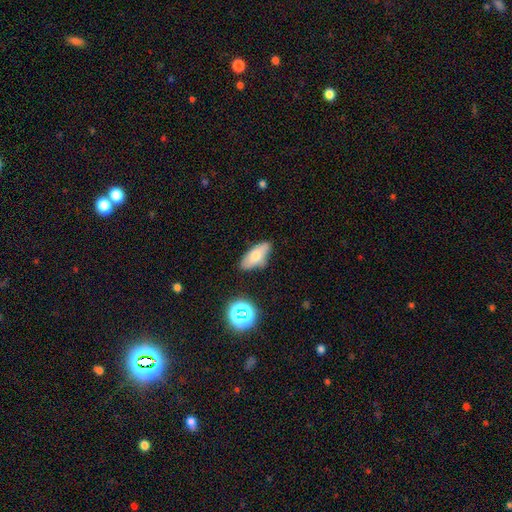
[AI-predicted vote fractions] This appears to be a smooth galaxy with no disk features (68%) that is in between round and cigar-shaped (84%). Merging: none (69%).